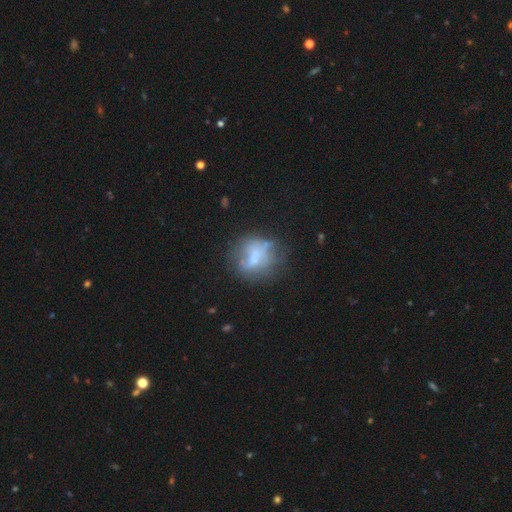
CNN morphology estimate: Smooth or featured? featured or disk (45%)
Merging? none (49%)